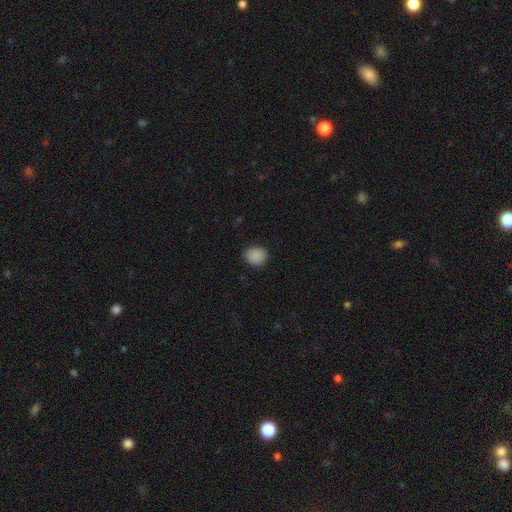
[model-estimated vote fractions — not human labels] smooth 88%, star or artifact 9%, featured or disk 3%. Down the decision tree: how rounded — round (77%); merging — none (86%).